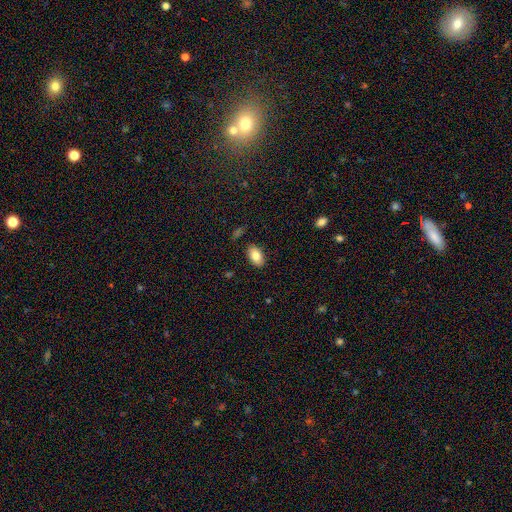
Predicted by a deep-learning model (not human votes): smooth_or_featured: smooth (p=0.83) [alt: featured or disk p=0.10]
how_rounded: in between (p=0.93) [alt: round p=0.06]
merging: none (p=0.87) [alt: minor disturbance p=0.09]